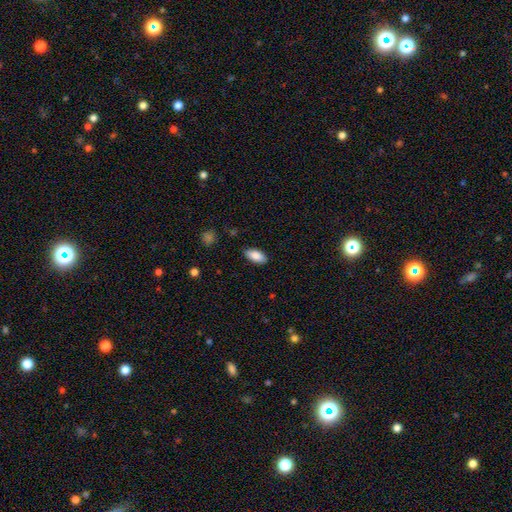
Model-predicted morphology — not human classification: This appears to be a smooth galaxy with no disk features (86%) that is in between round and cigar-shaped (91%). Merging: none (87%).